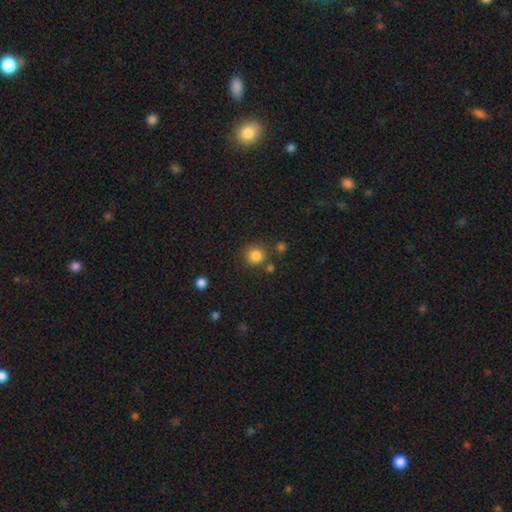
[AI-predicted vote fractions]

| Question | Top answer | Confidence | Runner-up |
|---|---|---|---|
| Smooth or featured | smooth | 84% | star or artifact (12%) |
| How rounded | round | 93% | in between (7%) |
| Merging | none | 81% | minor disturbance (8%) |